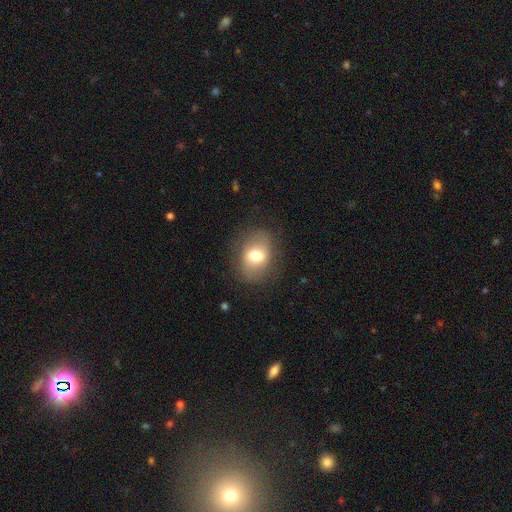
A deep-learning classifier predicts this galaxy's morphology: type=smooth (64%); roundness=in between (63%); merging=none (78%).